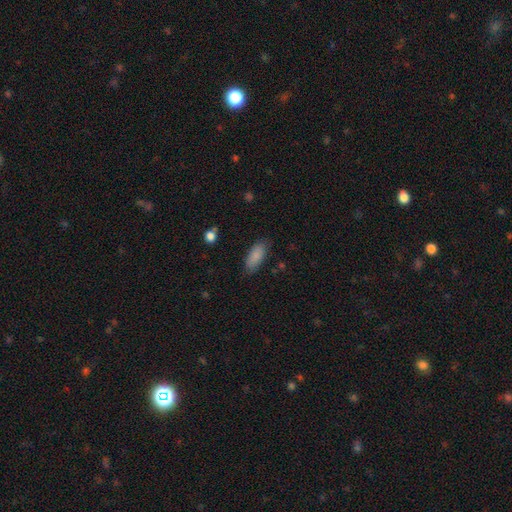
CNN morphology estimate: This is clearly a smooth galaxy (87%). How rounded: clearly in between (84%). Merging: clearly none (81%).